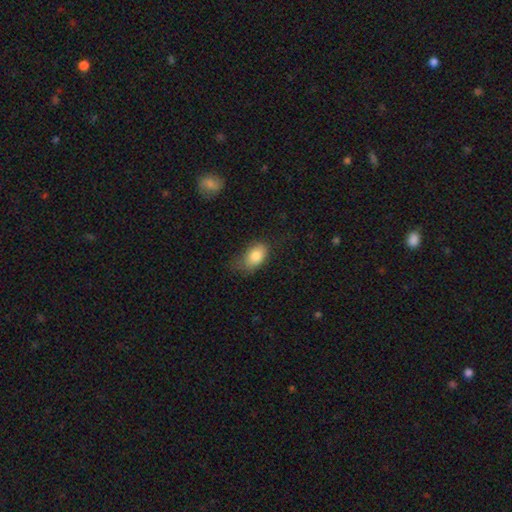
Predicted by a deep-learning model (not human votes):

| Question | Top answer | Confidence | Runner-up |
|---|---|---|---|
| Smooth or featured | smooth | 83% | featured or disk (9%) |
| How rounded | in between | 89% | round (9%) |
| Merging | none | 49% | minor disturbance (35%) |